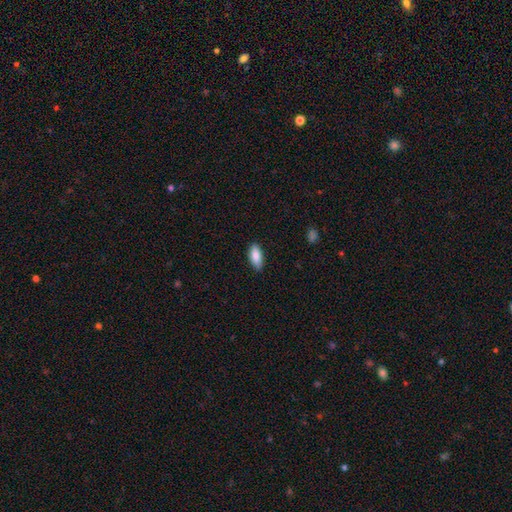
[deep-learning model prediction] smooth_or_featured: smooth (p=0.86) [alt: featured or disk p=0.08]
how_rounded: in between (p=0.82) [alt: cigar-shaped p=0.16]
merging: none (p=0.86) [alt: minor disturbance p=0.11]